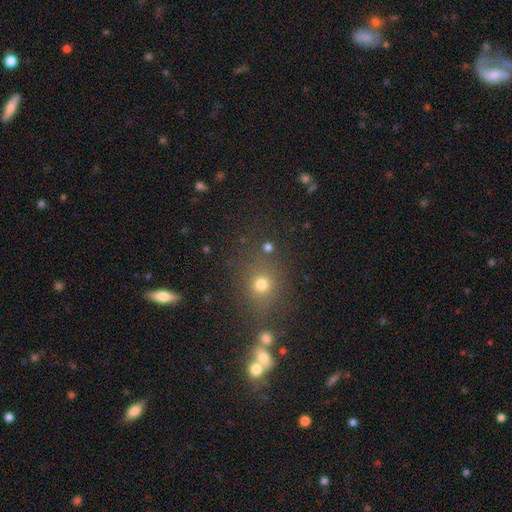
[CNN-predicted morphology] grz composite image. It shows a smooth galaxy with no disk features (49%). Merging: none (72%).